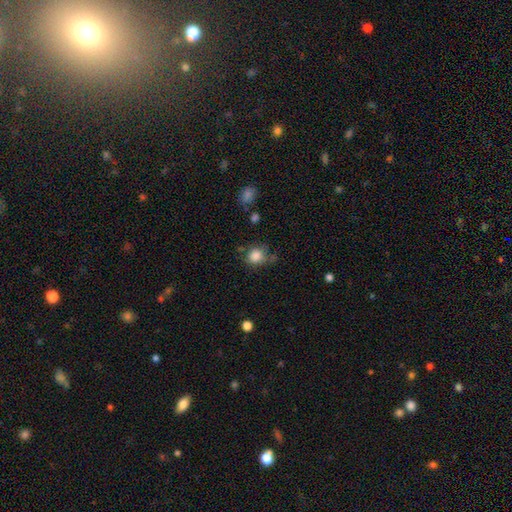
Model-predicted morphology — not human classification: Smooth or featured? smooth (85%)
How rounded? round (76%)
Merging? none (61%)